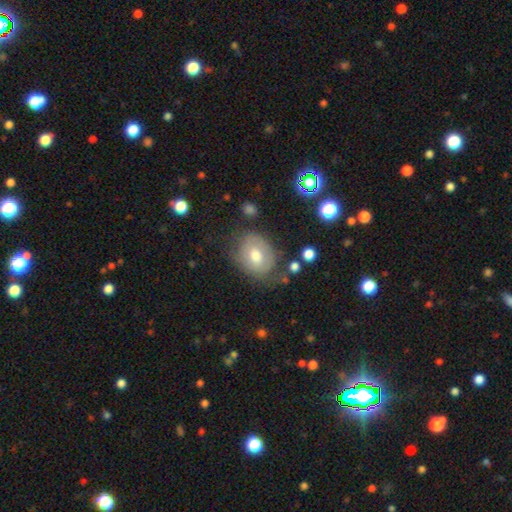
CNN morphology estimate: A smooth galaxy with no disk features (60%) that is round (51%). Merging: none (61%).